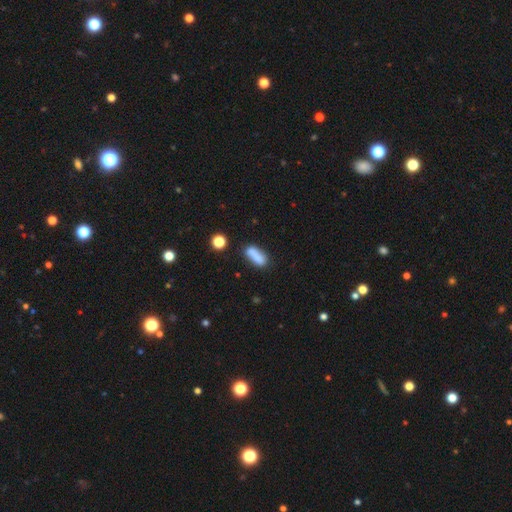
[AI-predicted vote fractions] smooth-or-featured: smooth: 77% | featured or disk: 13% | star or artifact: 9%
  how-rounded: in between: 66% | cigar-shaped: 30% | round: 4%
  merging: none: 58% | minor disturbance: 18% | merger: 18% | major disturbance: 6%